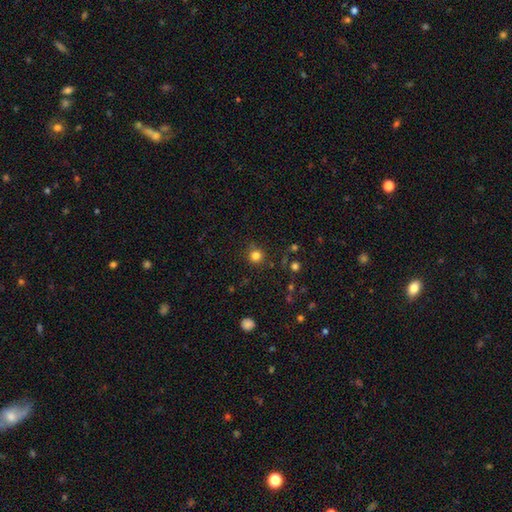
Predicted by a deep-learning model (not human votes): Q: Smooth or featured?
A: smooth (80%); runner-up: star or artifact (15%)
Q: How rounded?
A: round (94%); runner-up: in between (5%)
Q: Merging?
A: none (86%); runner-up: minor disturbance (9%)